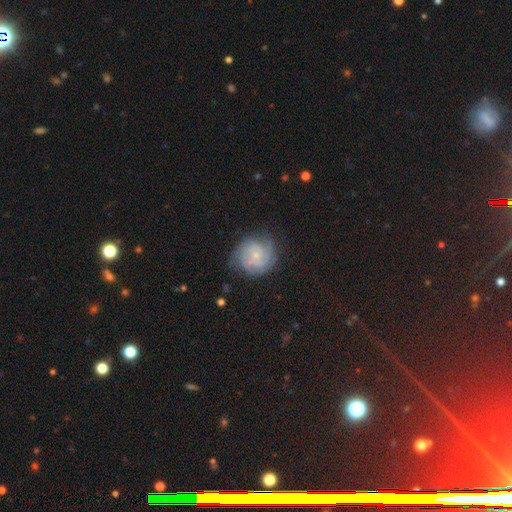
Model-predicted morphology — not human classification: This is likely a featured or disk galaxy (79%). It is clearly not viewed edge-on (98%). Bar: likely no (75%). Spiral arm pattern: clearly yes (96%). Spiral arm count: marginally 3 (27%, tied with can't tell). Spiral winding: likely tight (71%). Central bulge: likely small (75%). Merging: likely none (73%).